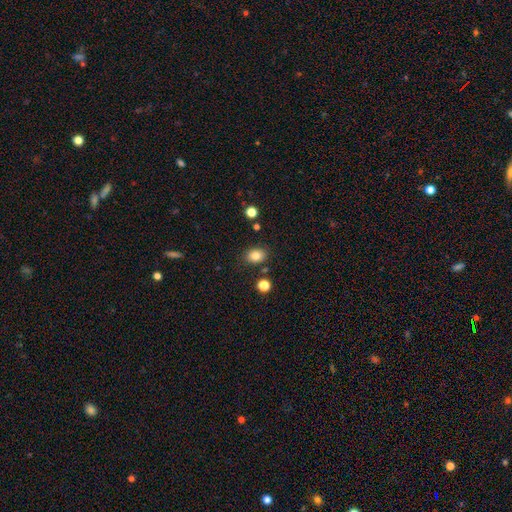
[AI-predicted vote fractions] Overall: smooth (83%). How rounded: in between (63%; round 36%). Merging: none (83%).